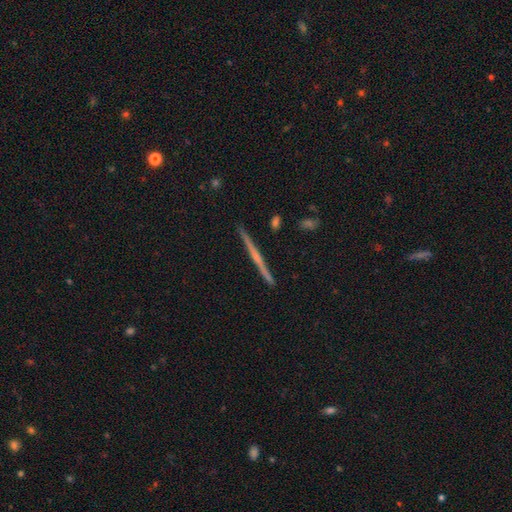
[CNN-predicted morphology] This appears to be a featured or disk galaxy (68%) viewed edge-on (98%) with no central bulge (58%). Merging: none (92%).